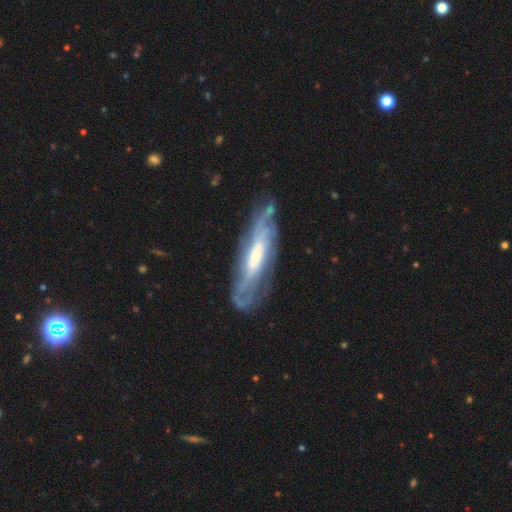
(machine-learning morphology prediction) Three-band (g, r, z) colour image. It shows a featured or disk galaxy (81%) with no bar (57%), tight (57%) spiral arms (90%) and a small central bulge (54%). Merging: none (69%).